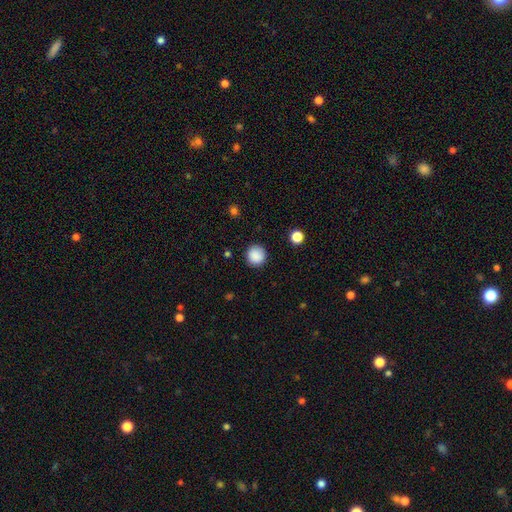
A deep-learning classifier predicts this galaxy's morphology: smooth-or-featured: smooth: 88% | star or artifact: 9% | featured or disk: 3%
  how-rounded: round: 94% | in between: 5% | cigar-shaped: 1%
  merging: none: 89% | minor disturbance: 7% | major disturbance: 2% | merger: 1%